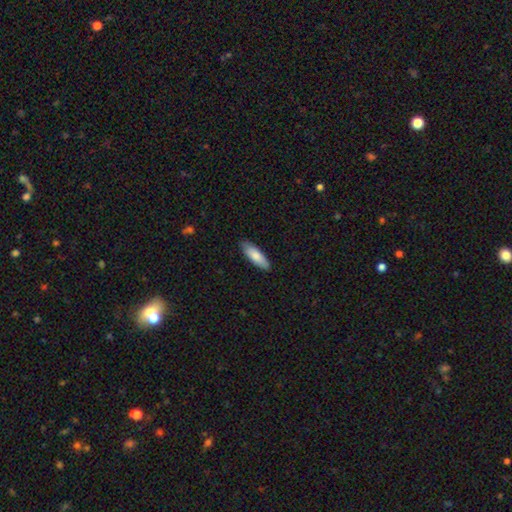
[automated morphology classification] A smooth galaxy with no disk features (83%) that is in between round and cigar-shaped (55%).

Vote fractions:
- Smooth or featured? smooth: 83% / featured or disk: 12% / star or artifact: 5%
- How rounded? in between: 55% / cigar-shaped: 43% / round: 2%
- Merging? none: 86% / minor disturbance: 11% / major disturbance: 2% / merger: 1%